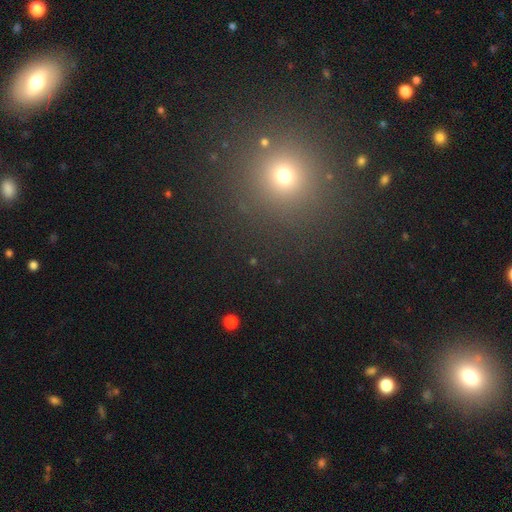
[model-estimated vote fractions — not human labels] This appears to be a smooth galaxy with no disk features (53%) that is round (93%). Merging: none (90%).